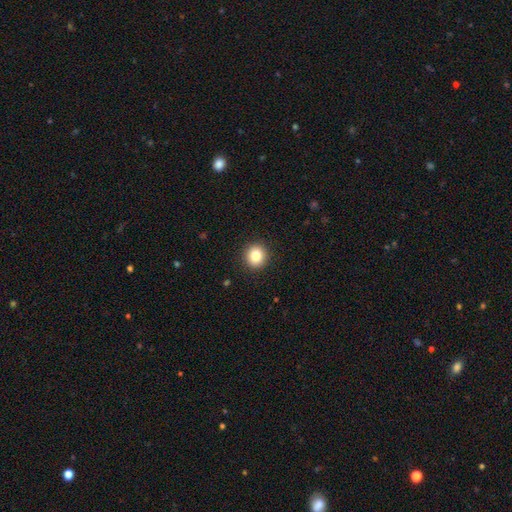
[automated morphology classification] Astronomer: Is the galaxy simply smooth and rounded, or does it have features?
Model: smooth — 84%.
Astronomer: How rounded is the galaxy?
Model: round — 89%.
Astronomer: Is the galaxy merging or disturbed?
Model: none — 92%.